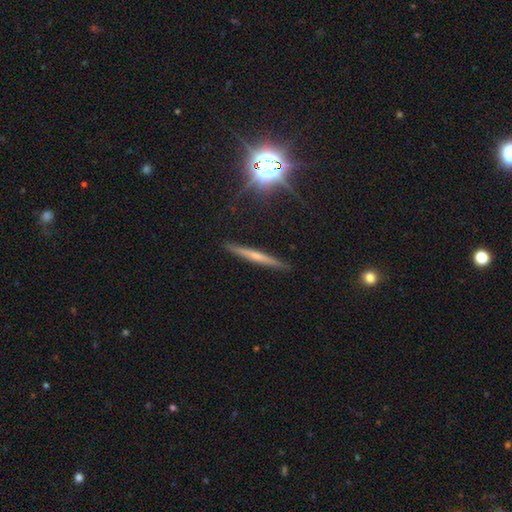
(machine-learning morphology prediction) featured or disk 56%, smooth 30%, star or artifact 14%. Down the decision tree: edge-on disk — yes (96%); edge-on bulge — rounded (48%); merging — none (89%).